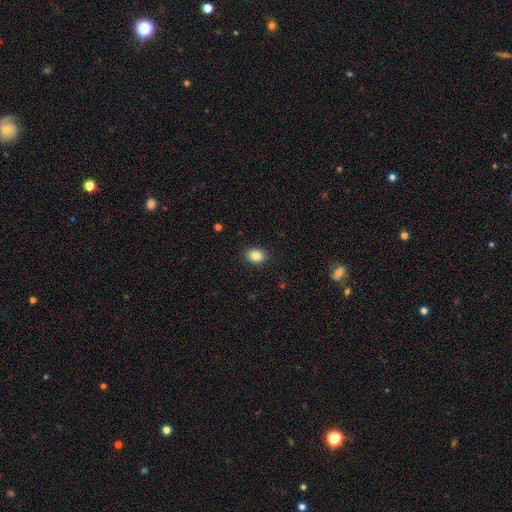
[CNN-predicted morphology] Smooth or featured: smooth — 85% (star or artifact — 9%)
How rounded: in between — 62% (round — 37%)
Merging: none — 90% (minor disturbance — 7%)